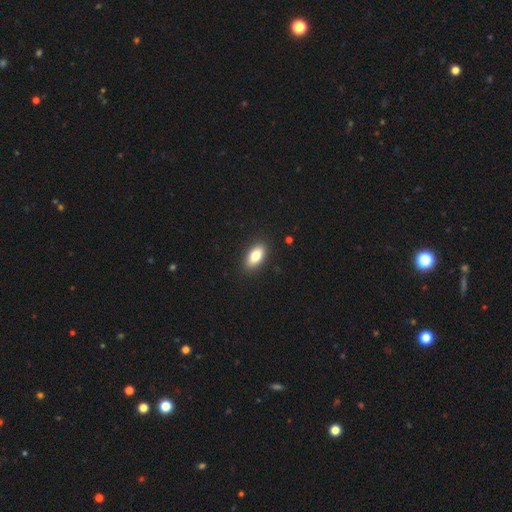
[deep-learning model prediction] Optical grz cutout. It shows a smooth galaxy with no disk features (80%) that is in between round and cigar-shaped (90%). Merging: none (89%).